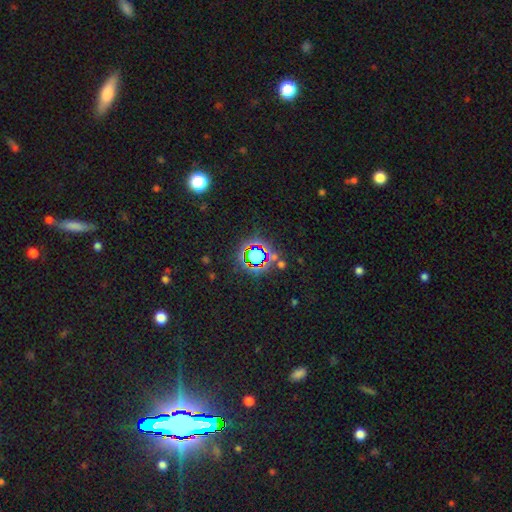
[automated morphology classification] A star or artifact, not a galaxy (68%).